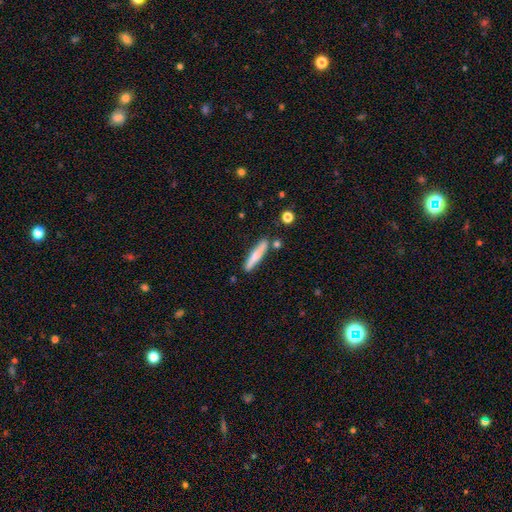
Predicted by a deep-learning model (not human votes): Smooth or featured? Predicted: smooth (p=0.64). How rounded? Predicted: cigar-shaped (p=0.90). Merging? Predicted: none (p=0.79).